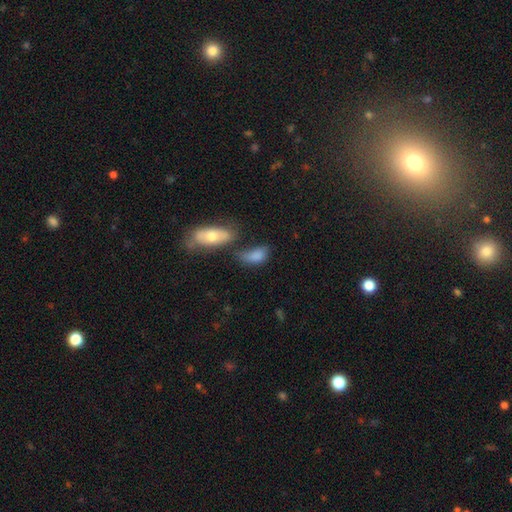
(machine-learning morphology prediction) Overall: smooth (80%). How rounded: in between (87%). Merging: none (35%; merger 30%).